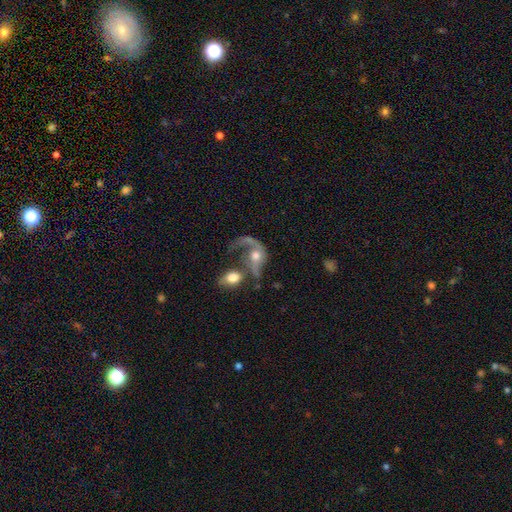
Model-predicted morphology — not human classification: type=featured or disk (68%); edge-on=no (96%); bar=no (69%); spiral arms=yes (82%); winding=loose (75%); arm count=1 (48%); bulge=moderate (62%); merging=merger (43%).